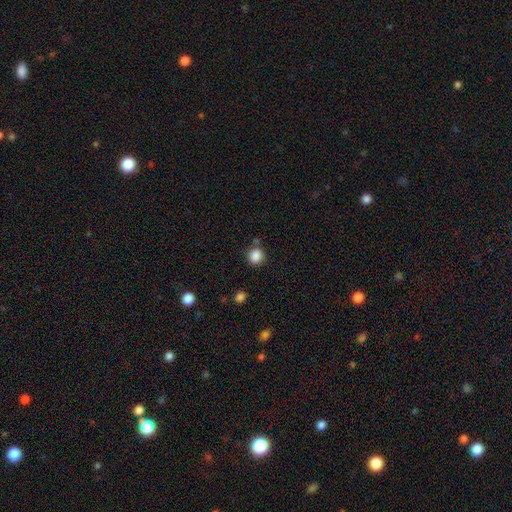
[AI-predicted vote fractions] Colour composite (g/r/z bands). It shows a smooth galaxy with no disk features (86%) that is round (85%). Merging: none (78%).